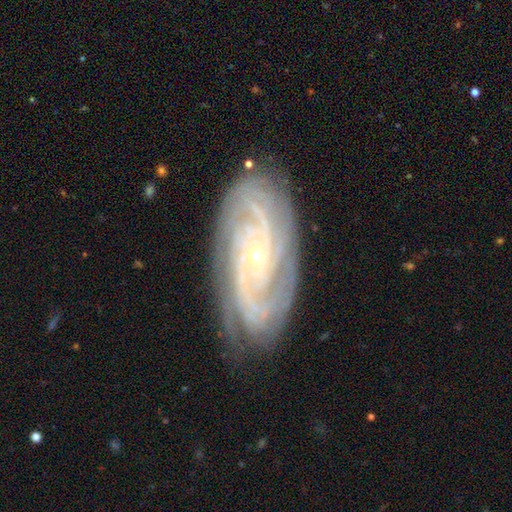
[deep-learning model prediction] A featured or disk galaxy (89%) with no bar (69%), 3 (22%) tight (69%) spiral arms (98%) and a small central bulge (81%). Merging: none (78%).